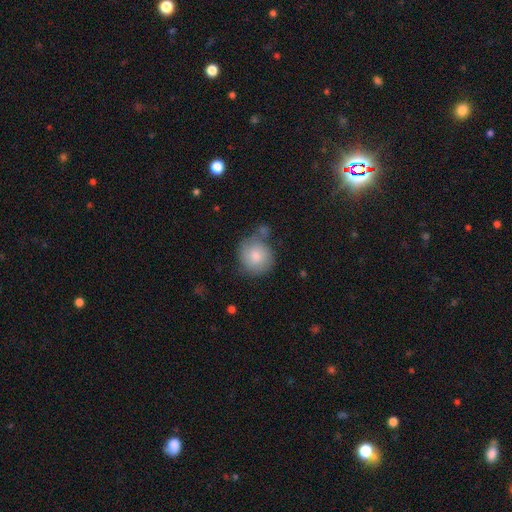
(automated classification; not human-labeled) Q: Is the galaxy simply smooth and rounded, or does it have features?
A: smooth — 79%.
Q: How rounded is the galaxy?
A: round — 90%.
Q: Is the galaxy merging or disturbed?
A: none — 56%.